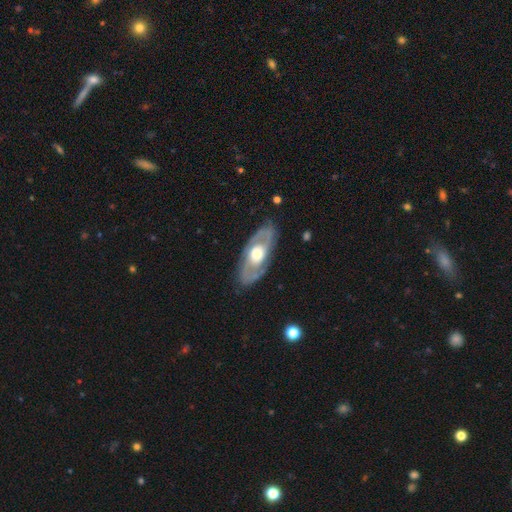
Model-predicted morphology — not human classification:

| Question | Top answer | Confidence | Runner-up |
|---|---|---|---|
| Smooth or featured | featured or disk | 74% | smooth (21%) |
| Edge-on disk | no | 84% | yes (16%) |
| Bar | no | 78% | weak (17%) |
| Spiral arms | yes | 52% | no (48%) |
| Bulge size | moderate | 55% | large (36%) |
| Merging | none | 84% | minor disturbance (12%) |